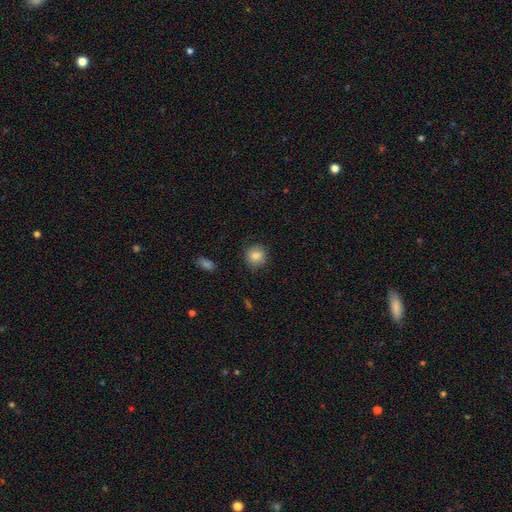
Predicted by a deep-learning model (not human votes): The model was most divided on "merging": none: 83%, minor disturbance: 13%, major disturbance: 3%, merger: 1%. More confident: how rounded — round (87%); smooth or featured — smooth (84%).